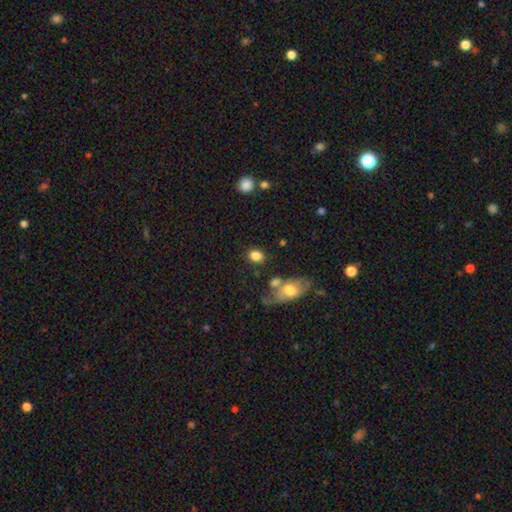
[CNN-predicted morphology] A smooth galaxy with no disk features (84%) that is in between round and cigar-shaped (61%). Merging: none (75%).